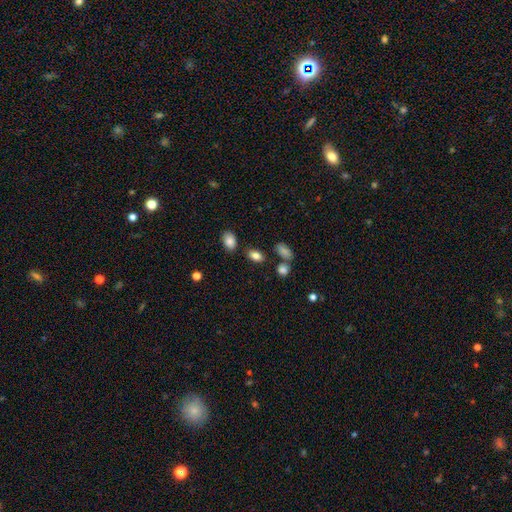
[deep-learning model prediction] A smooth galaxy with no disk features (82%) that is in between round and cigar-shaped (88%).

Vote fractions:
- Smooth or featured? smooth: 82% / star or artifact: 10% / featured or disk: 8%
- How rounded? in between: 88% / round: 9% / cigar-shaped: 3%
- Merging? none: 78% / minor disturbance: 11% / merger: 7% / major disturbance: 3%